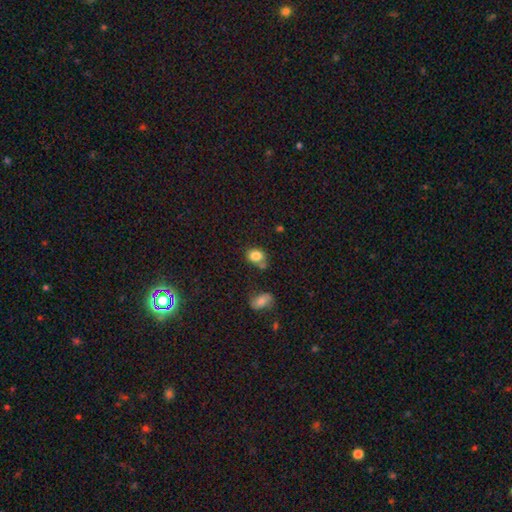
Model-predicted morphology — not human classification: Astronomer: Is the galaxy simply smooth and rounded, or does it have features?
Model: smooth — 83%.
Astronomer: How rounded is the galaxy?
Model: in between — 51% (runner-up: round, 48%).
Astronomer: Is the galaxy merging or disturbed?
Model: none — 60%.